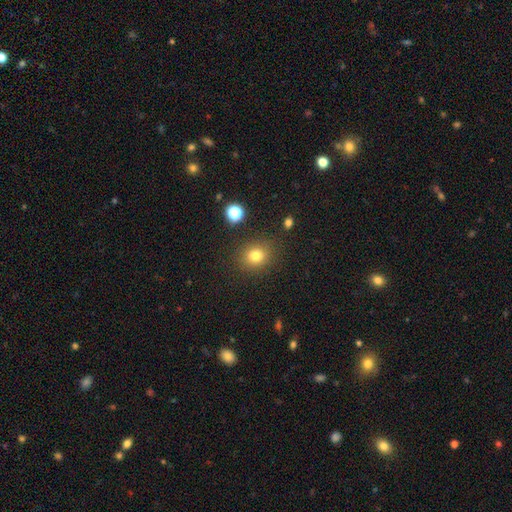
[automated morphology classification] Smooth or featured? Predicted: smooth (p=0.79). How rounded? Predicted: round (p=0.75). Merging? Predicted: none (p=0.86).